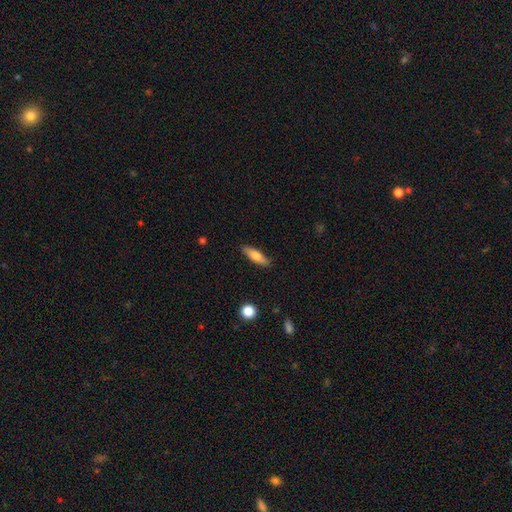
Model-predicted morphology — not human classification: A smooth galaxy with no disk features (71%) that is cigar-shaped (58%). Merging: none (85%).